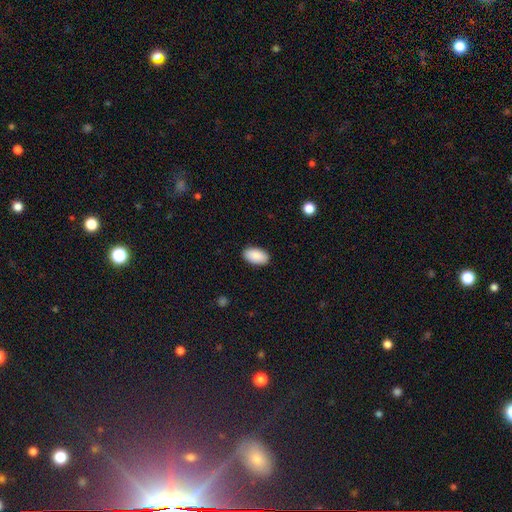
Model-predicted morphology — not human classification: This appears to be a smooth galaxy with no disk features (90%) that is in between round and cigar-shaped (95%). Merging: none (89%).